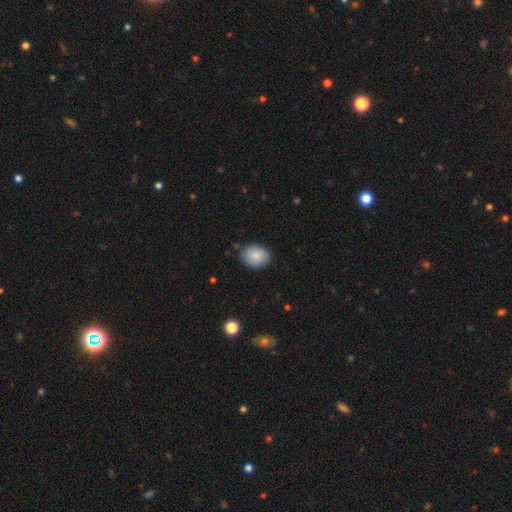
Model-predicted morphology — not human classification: The model was most divided on "how rounded": round: 50%, in between: 49%, cigar-shaped: 1%. More confident: merging — none (86%); smooth or featured — smooth (85%).